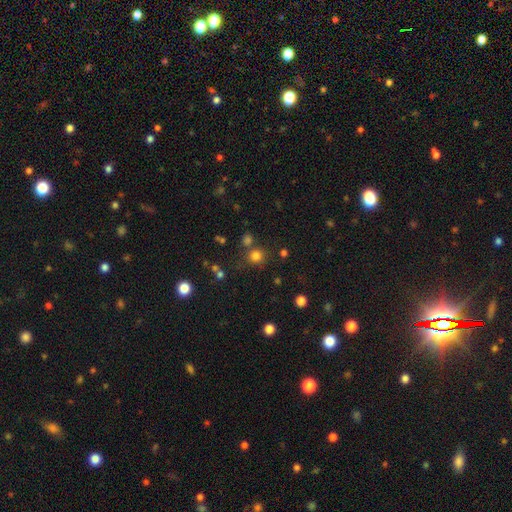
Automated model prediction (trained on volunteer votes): smooth_or_featured: smooth (p=0.76) [alt: star or artifact p=0.18]
how_rounded: round (p=0.90) [alt: in between p=0.09]
merging: none (p=0.75) [alt: merger p=0.12]